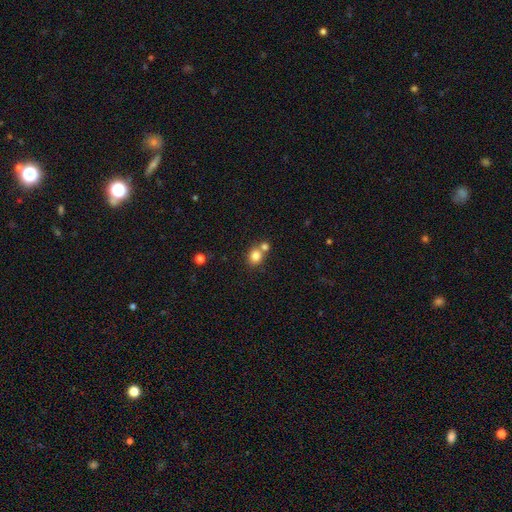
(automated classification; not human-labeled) Q: Smooth or featured?
A: smooth (82%); runner-up: star or artifact (11%)
Q: How rounded?
A: round (72%); runner-up: in between (27%)
Q: Merging?
A: none (50%); runner-up: merger (39%)